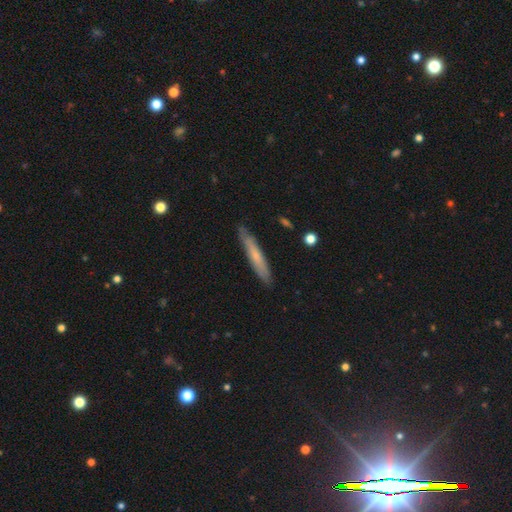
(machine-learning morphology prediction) smooth-or-featured: smooth: 60% | featured or disk: 35% | star or artifact: 6%
  how-rounded: cigar-shaped: 94% | in between: 5% | round: 1%
  merging: none: 86% | minor disturbance: 11% | major disturbance: 2% | merger: 1%